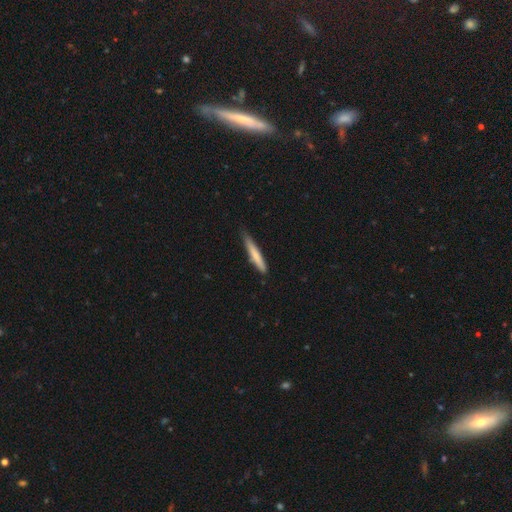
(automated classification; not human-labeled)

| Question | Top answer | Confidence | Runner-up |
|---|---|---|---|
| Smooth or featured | smooth | 73% | featured or disk (22%) |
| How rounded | cigar-shaped | 94% | in between (5%) |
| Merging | none | 73% | minor disturbance (22%) |